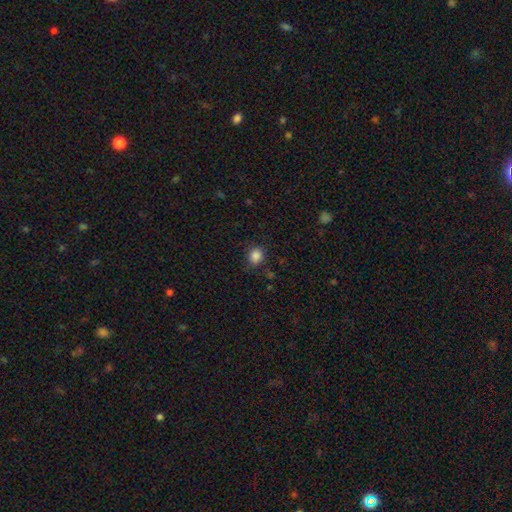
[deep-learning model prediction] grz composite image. It shows a smooth galaxy with no disk features (85%) that is round (78%). Merging: none (82%).